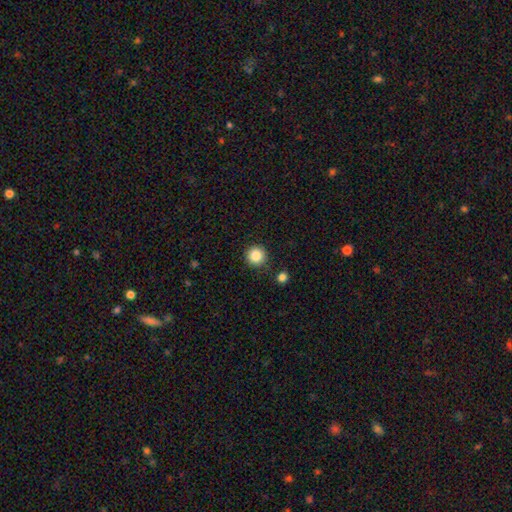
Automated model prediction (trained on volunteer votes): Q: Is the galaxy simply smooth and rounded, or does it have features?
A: smooth — 86%.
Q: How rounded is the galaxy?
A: round — 96%.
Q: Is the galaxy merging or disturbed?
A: none — 89%.